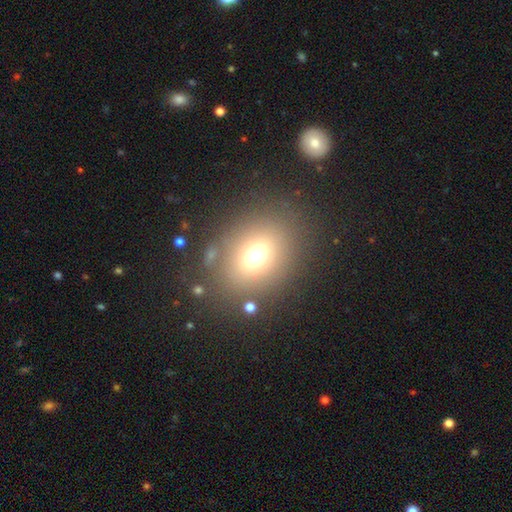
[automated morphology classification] A smooth galaxy with no disk features (70%) that is in between round and cigar-shaped (53%).

Vote fractions:
- Smooth or featured? smooth: 70% / star or artifact: 17% / featured or disk: 13%
- How rounded? in between: 53% / round: 46% / cigar-shaped: 1%
- Merging? none: 80% / minor disturbance: 10% / major disturbance: 6% / merger: 4%